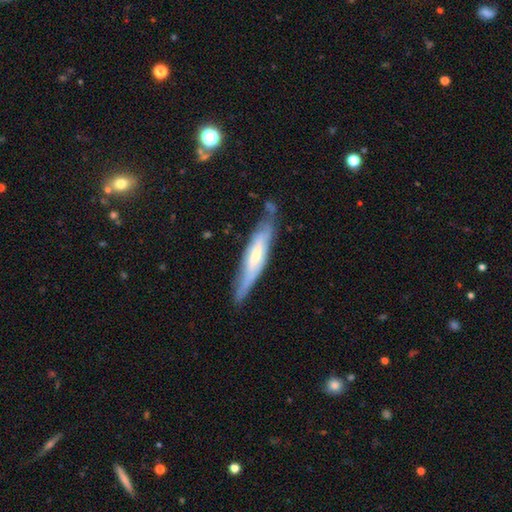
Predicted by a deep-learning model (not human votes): A featured or disk galaxy (63%) viewed edge-on (70%).

Vote fractions:
- Smooth or featured? featured or disk: 63% / smooth: 32% / star or artifact: 6%
- Edge-on disk? yes: 70% / no: 30%
- Merging? none: 68% / minor disturbance: 23% / major disturbance: 6% / merger: 3%